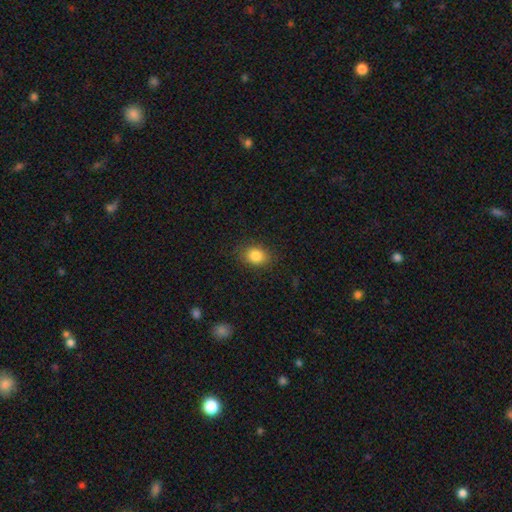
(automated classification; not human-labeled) This appears to be a smooth galaxy with no disk features (84%) that is in between round and cigar-shaped (58%). Merging: none (85%).